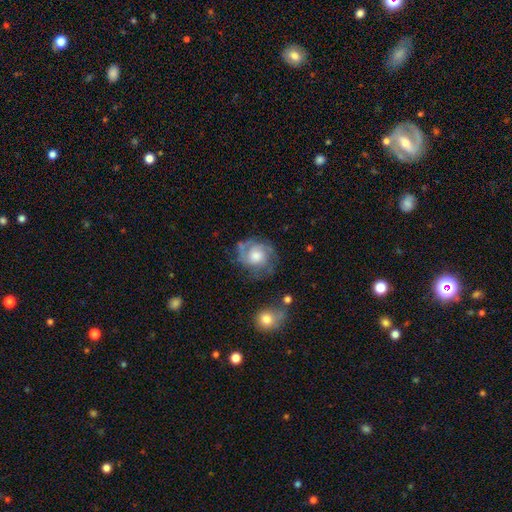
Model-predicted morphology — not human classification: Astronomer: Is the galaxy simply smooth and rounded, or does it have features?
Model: featured or disk — 64%.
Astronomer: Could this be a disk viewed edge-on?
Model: no — 98%.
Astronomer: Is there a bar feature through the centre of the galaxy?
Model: no — 77%.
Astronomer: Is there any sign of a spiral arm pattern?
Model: yes — 86%.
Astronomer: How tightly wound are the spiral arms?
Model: tight — 51% (runner-up: medium, 36%).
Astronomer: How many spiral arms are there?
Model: can't tell — 34% (runner-up: 2, 28%).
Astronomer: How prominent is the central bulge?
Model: moderate — 51% (runner-up: large, 31%).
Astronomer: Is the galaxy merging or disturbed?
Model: none — 61%.